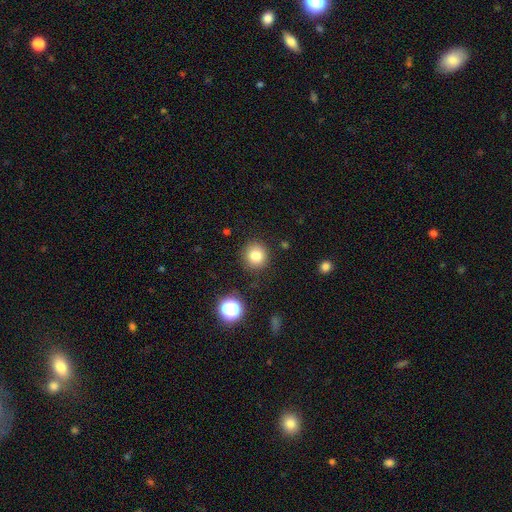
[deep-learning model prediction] Smooth or featured? Predicted: smooth (p=0.81). How rounded? Predicted: round (p=0.91). Merging? Predicted: none (p=0.89).